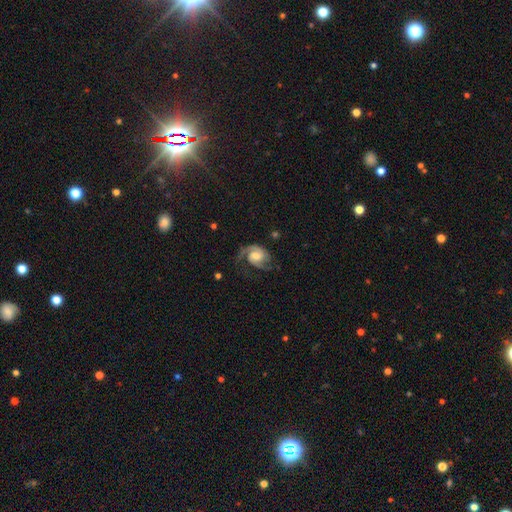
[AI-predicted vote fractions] Q: Smooth or featured?
A: featured or disk (85%); runner-up: smooth (9%)
Q: Edge-on disk?
A: no (98%); runner-up: yes (2%)
Q: Bar?
A: no (50%); runner-up: weak (40%)
Q: Spiral arms?
A: yes (97%); runner-up: no (3%)
Q: Spiral winding?
A: medium (50%); runner-up: tight (31%)
Q: Spiral arm count?
A: 2 (79%); runner-up: 1 (10%)
Q: Bulge size?
A: moderate (55%); runner-up: large (20%)
Q: Merging?
A: none (59%); runner-up: minor disturbance (21%)